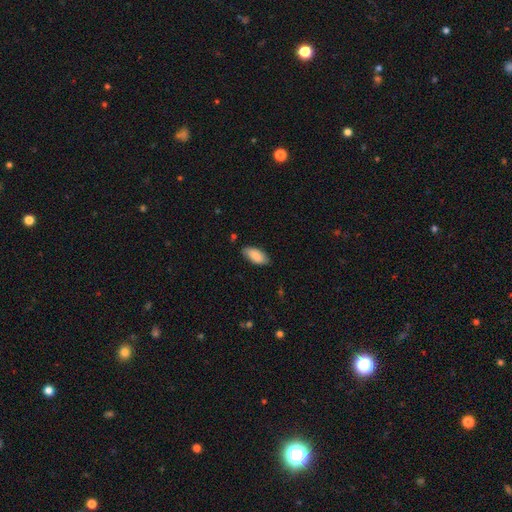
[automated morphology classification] type=smooth (86%); roundness=in between (91%); merging=none (79%).